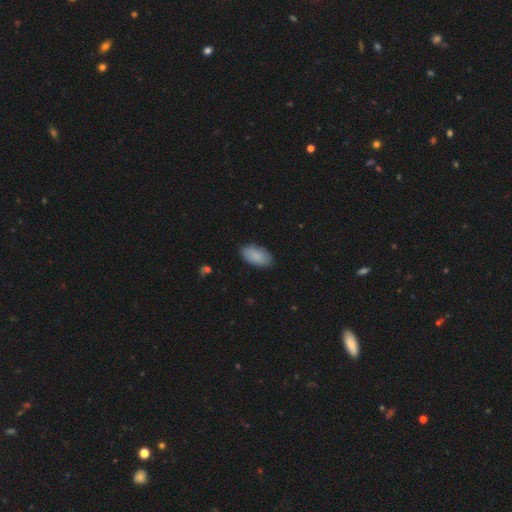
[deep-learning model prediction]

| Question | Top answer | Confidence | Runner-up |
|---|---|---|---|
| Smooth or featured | smooth | 88% | star or artifact (6%) |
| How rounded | in between | 95% | round (3%) |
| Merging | none | 85% | minor disturbance (12%) |